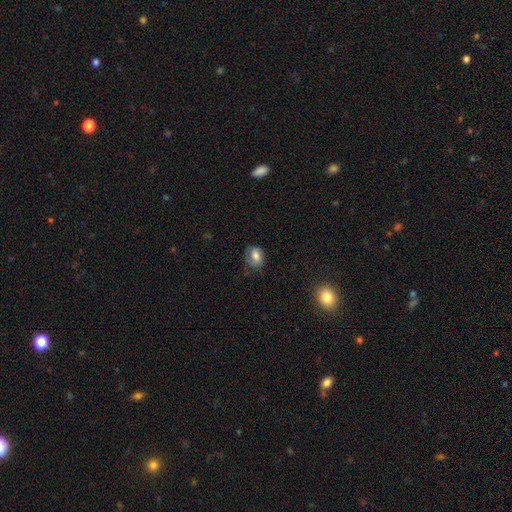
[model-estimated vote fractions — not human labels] A smooth galaxy with no disk features (72%) that is in between round and cigar-shaped (66%).

Vote fractions:
- Smooth or featured? smooth: 72% / featured or disk: 19% / star or artifact: 10%
- How rounded? in between: 66% / round: 33% / cigar-shaped: 1%
- Merging? none: 56% / minor disturbance: 30% / major disturbance: 12% / merger: 2%